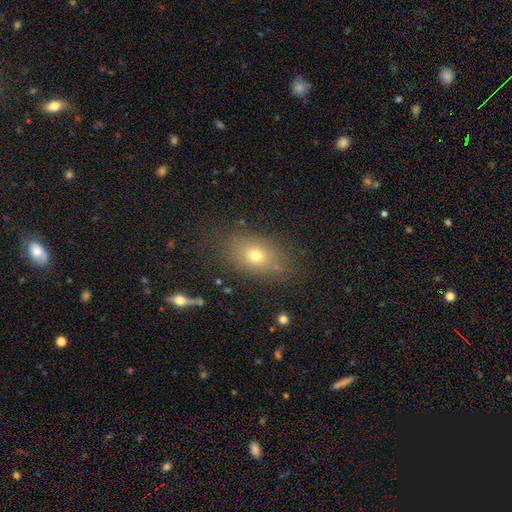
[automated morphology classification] Smooth or featured?
  - smooth: 69% *
  - featured or disk: 15%
  - star or artifact: 15%
How rounded?
  - in between: 74% *
  - round: 24%
  - cigar-shaped: 2%
Merging?
  - none: 77% *
  - minor disturbance: 14%
  - major disturbance: 6%
  - merger: 3%